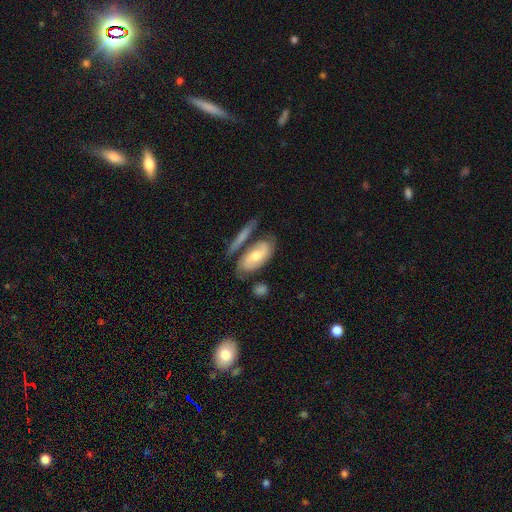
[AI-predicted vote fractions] This is likely a featured or disk galaxy (64%). It is clearly not viewed edge-on (89%). Bar: possibly no (49%). Spiral arm pattern: clearly yes (86%). Central bulge: likely moderate (61%). Merging: possibly none (52%).